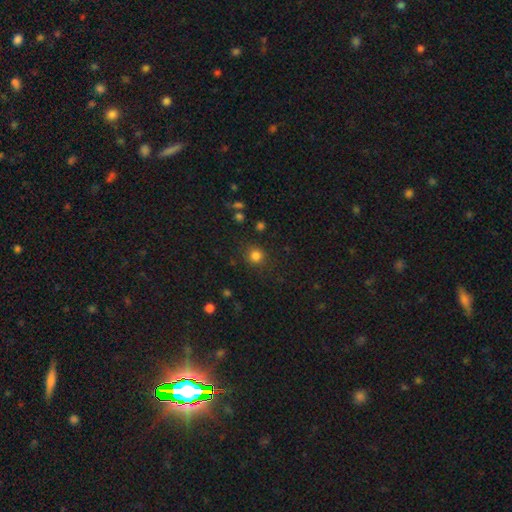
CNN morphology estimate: The model was most divided on "smooth or featured": smooth: 82%, star or artifact: 14%, featured or disk: 4%. More confident: how rounded — round (90%); merging — none (84%).